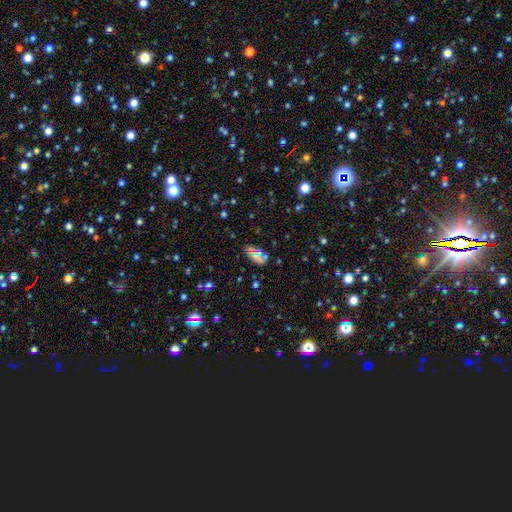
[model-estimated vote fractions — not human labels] The model was most divided on "smooth or featured": smooth: 59%, star or artifact: 22%, featured or disk: 19%. More confident: how rounded — in between (88%); merging — none (67%).